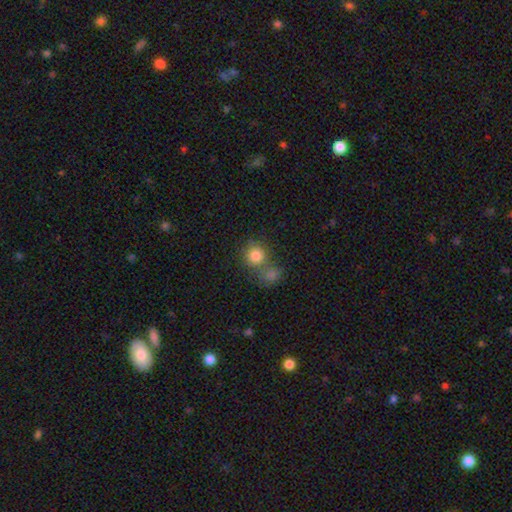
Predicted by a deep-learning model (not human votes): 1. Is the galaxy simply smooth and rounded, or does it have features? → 82% smooth, 10% star or artifact, 8% featured or disk.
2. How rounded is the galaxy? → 87% round, 12% in between, 1% cigar-shaped.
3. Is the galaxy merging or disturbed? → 51% none, 34% merger, 10% minor disturbance, 5% major disturbance.